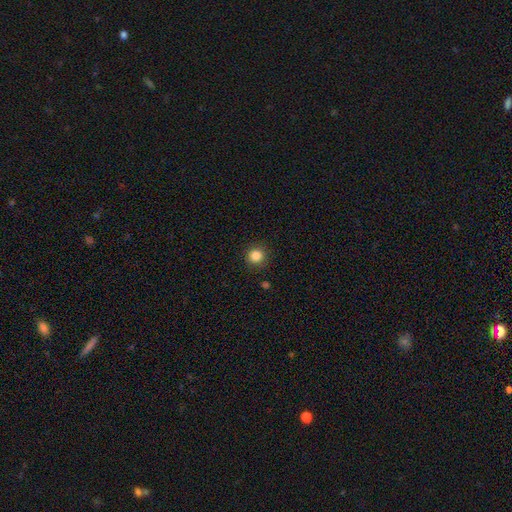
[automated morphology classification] Overall: smooth (85%). How rounded: round (93%). Merging: none (89%).